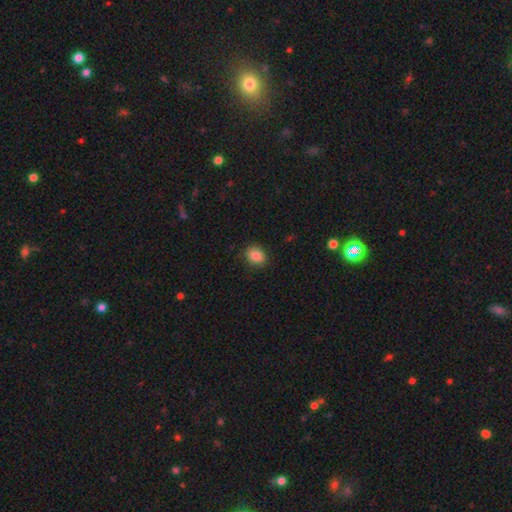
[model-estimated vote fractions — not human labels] A smooth galaxy with no disk features (84%) that is round (55%).

Vote fractions:
- Smooth or featured? smooth: 84% / star or artifact: 9% / featured or disk: 7%
- How rounded? round: 55% / in between: 44% / cigar-shaped: 1%
- Merging? none: 85% / minor disturbance: 11% / major disturbance: 3% / merger: 1%